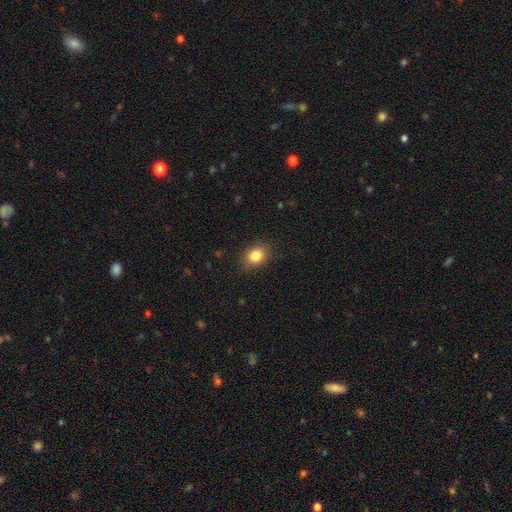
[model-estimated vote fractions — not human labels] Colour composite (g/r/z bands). It shows a smooth galaxy with no disk features (84%) that is in between round and cigar-shaped (57%). Merging: none (85%).